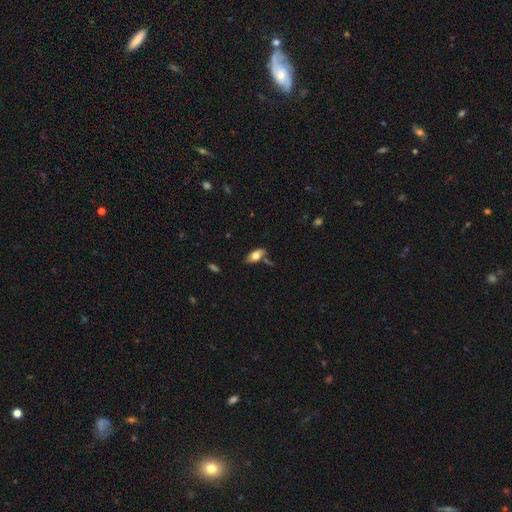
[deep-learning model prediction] Smooth or featured? Predicted: smooth (p=0.72). How rounded? Predicted: in between (p=0.91). Merging? Predicted: none (p=0.70).